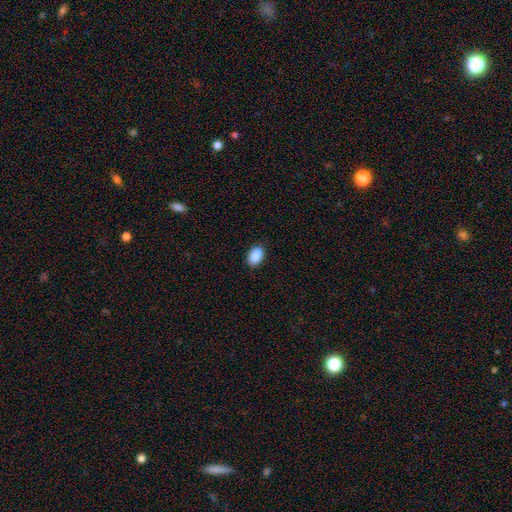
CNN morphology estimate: Q: Smooth or featured?
A: smooth (91%); runner-up: star or artifact (7%)
Q: How rounded?
A: in between (91%); runner-up: round (8%)
Q: Merging?
A: none (87%); runner-up: minor disturbance (10%)